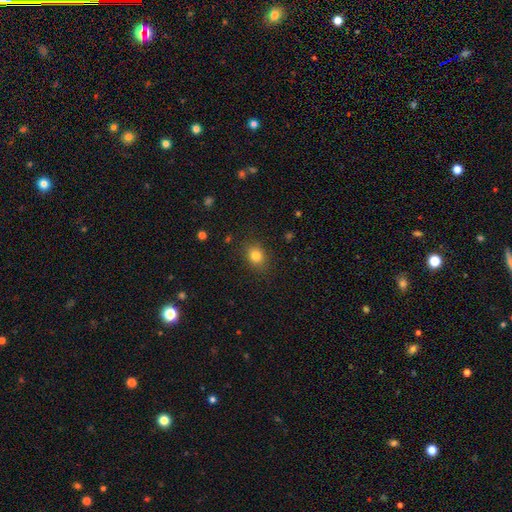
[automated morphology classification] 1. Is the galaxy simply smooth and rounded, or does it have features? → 82% smooth, 12% star or artifact, 7% featured or disk.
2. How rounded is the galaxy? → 56% round, 43% in between, 1% cigar-shaped.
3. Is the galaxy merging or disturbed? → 86% none, 10% minor disturbance, 3% major disturbance, 1% merger.